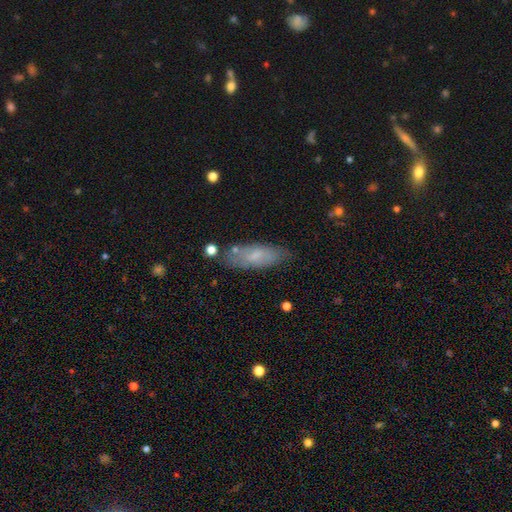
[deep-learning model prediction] This is likely a smooth galaxy (64%). How rounded: likely in between (64%). Merging: likely none (73%).